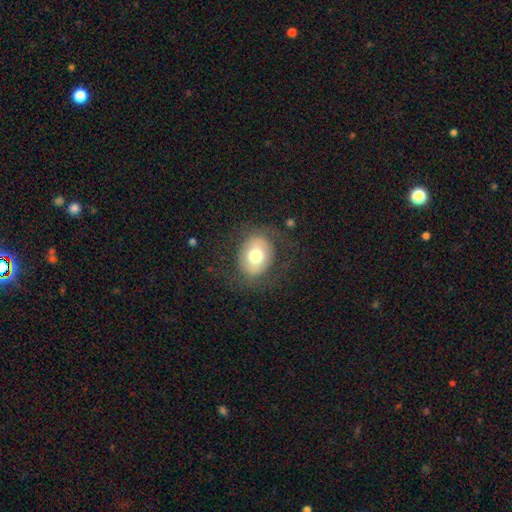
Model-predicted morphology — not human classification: smooth 65%, featured or disk 27%, star or artifact 9%. Down the decision tree: how rounded — round (53%); merging — none (74%).